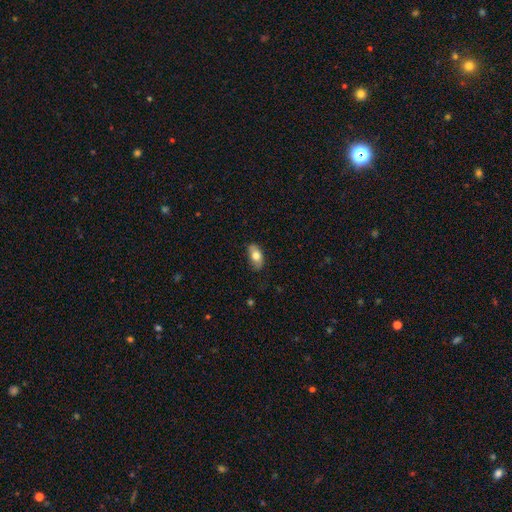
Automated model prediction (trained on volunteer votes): A smooth galaxy with no disk features (74%) that is in between round and cigar-shaped (91%). Merging: none (76%).